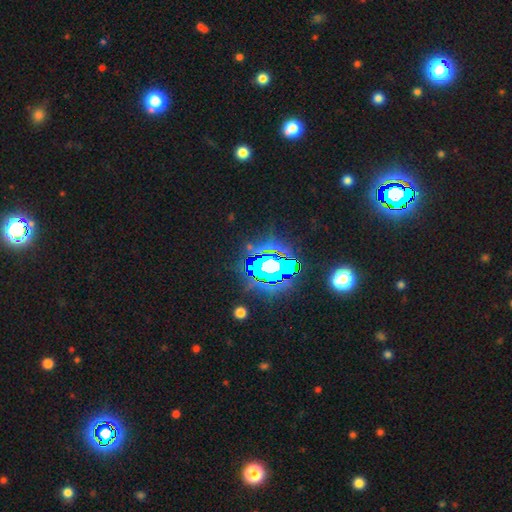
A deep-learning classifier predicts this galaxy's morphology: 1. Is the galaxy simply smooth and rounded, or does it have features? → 83% star or artifact, 10% smooth, 7% featured or disk.